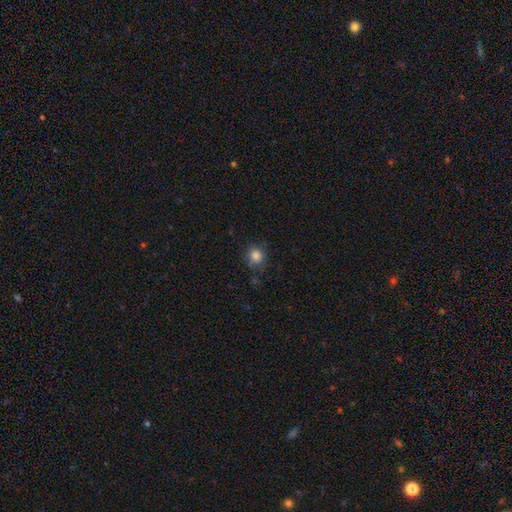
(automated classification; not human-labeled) A smooth galaxy with no disk features (84%) that is round (77%).

Vote fractions:
- Smooth or featured? smooth: 84% / star or artifact: 11% / featured or disk: 5%
- How rounded? round: 77% / in between: 22% / cigar-shaped: 1%
- Merging? none: 74% / minor disturbance: 19% / major disturbance: 5% / merger: 2%